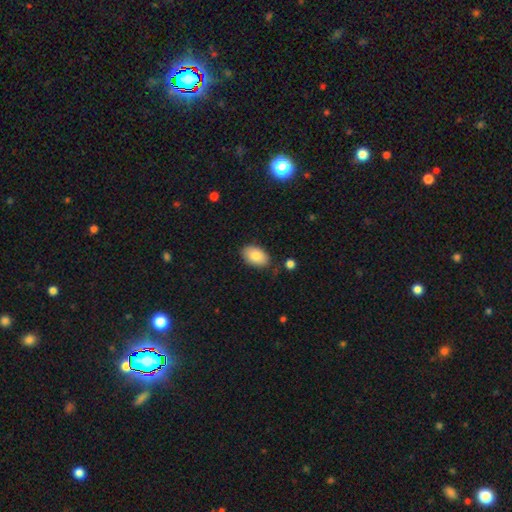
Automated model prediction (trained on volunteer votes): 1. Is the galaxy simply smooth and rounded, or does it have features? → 84% smooth, 9% featured or disk, 7% star or artifact.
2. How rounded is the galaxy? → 91% in between, 8% round, 1% cigar-shaped.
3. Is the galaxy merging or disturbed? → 79% none, 15% minor disturbance, 3% major disturbance, 3% merger.